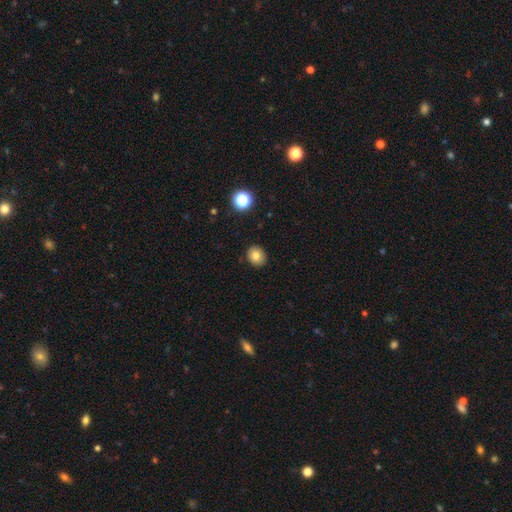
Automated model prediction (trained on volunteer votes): Q: Smooth or featured?
A: smooth (79%); runner-up: star or artifact (11%)
Q: How rounded?
A: round (70%); runner-up: in between (30%)
Q: Merging?
A: none (89%); runner-up: minor disturbance (8%)